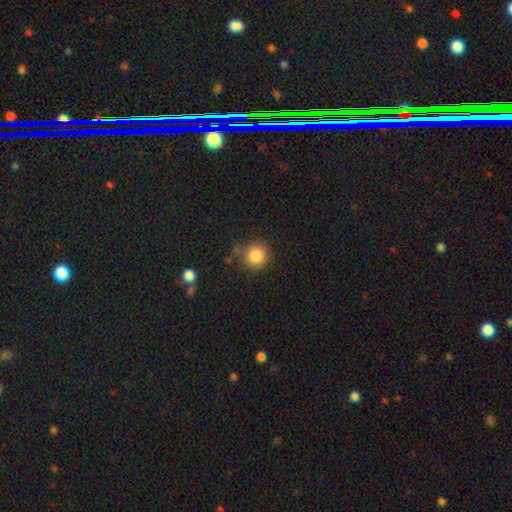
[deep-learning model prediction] This appears to be a smooth galaxy with no disk features (85%) that is round (92%). Merging: none (79%).